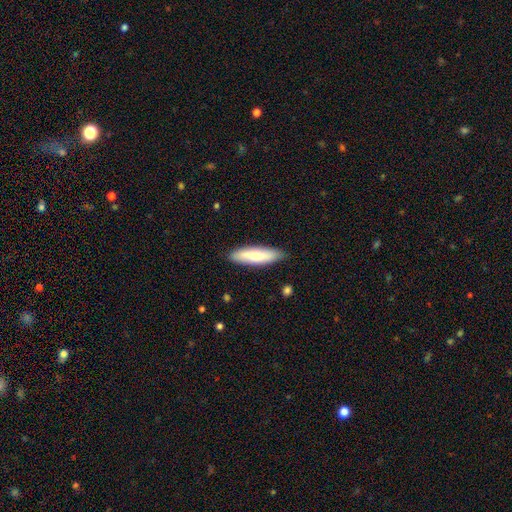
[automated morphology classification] Smooth or featured?
  - smooth: 77% *
  - featured or disk: 18%
  - star or artifact: 5%
How rounded?
  - cigar-shaped: 62% *
  - in between: 36%
  - round: 2%
Merging?
  - none: 86% *
  - minor disturbance: 11%
  - major disturbance: 2%
  - merger: 1%